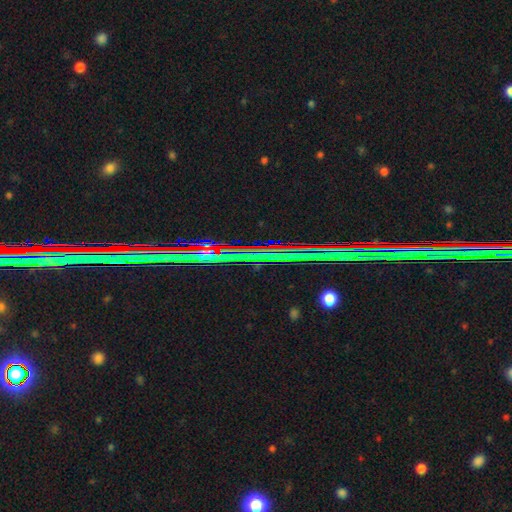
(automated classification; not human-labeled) This is clearly a star or artifact rather than a galaxy (84%).